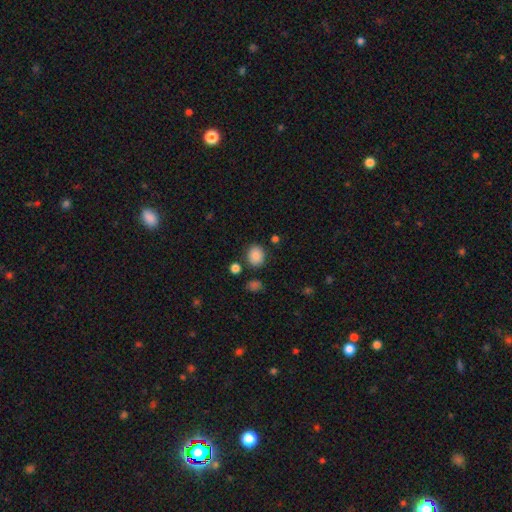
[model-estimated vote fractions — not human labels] A smooth galaxy with no disk features (86%) that is round (65%).

Vote fractions:
- Smooth or featured? smooth: 86% / star or artifact: 10% / featured or disk: 5%
- How rounded? round: 65% / in between: 34% / cigar-shaped: 1%
- Merging? none: 81% / minor disturbance: 11% / merger: 5% / major disturbance: 3%